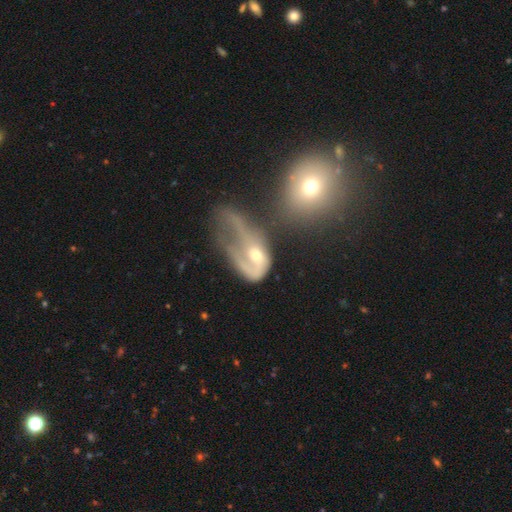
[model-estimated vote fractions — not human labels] The model was most divided on "merging": major disturbance: 49%, merger: 29%, none: 12%, minor disturbance: 10%. More confident: edge-on disk — no (95%); bar — no (70%); smooth or featured — featured or disk (64%); spiral arms — yes (63%); bulge size — moderate (57%).